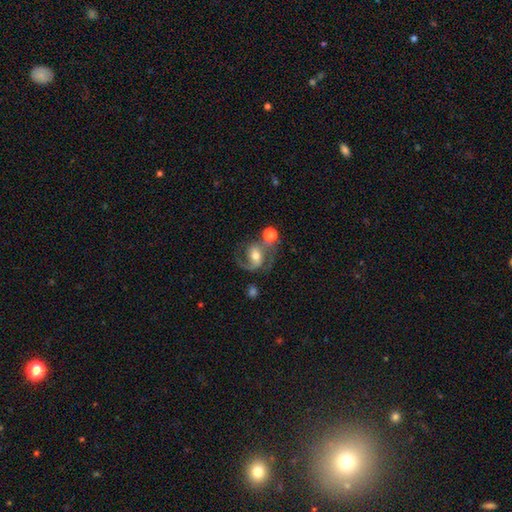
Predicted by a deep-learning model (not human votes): Overall: featured or disk (77%). Edge-on disk: no (97%). Bar: weak (43%; no 31%). Spiral arms: yes (94%). Spiral arm count: 2 (74%). Spiral winding: medium (54%; loose 28%). Bulge size: moderate (64%). Merging: none (51%; merger 17%).